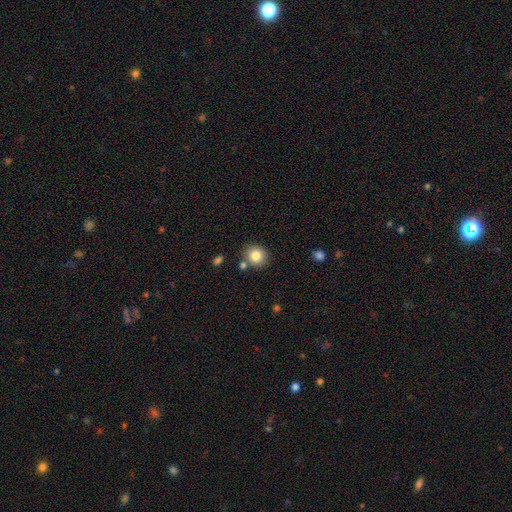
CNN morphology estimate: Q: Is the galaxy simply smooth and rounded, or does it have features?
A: smooth — 83%.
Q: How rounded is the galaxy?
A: round — 83%.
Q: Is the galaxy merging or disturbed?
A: none — 78%.